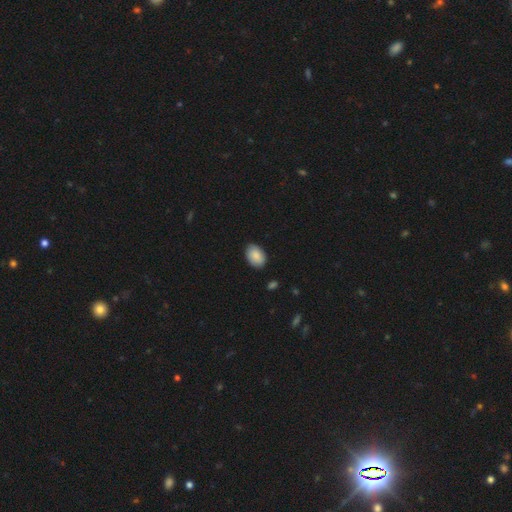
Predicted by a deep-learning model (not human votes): Smooth or featured? Predicted: smooth (p=0.88). How rounded? Predicted: in between (p=0.85). Merging? Predicted: none (p=0.83).